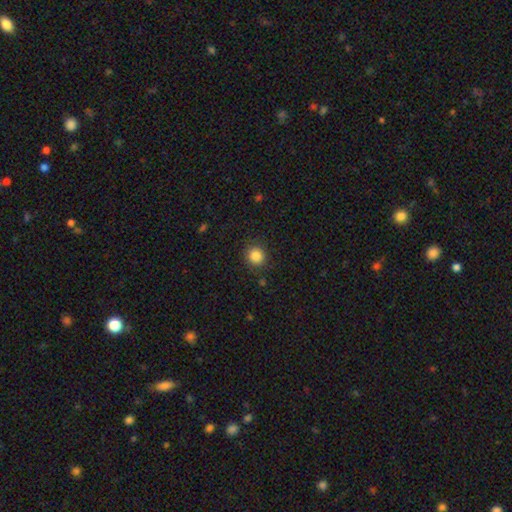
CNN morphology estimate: Smooth or featured? Predicted: smooth (p=0.85). How rounded? Predicted: round (p=0.91). Merging? Predicted: none (p=0.88).